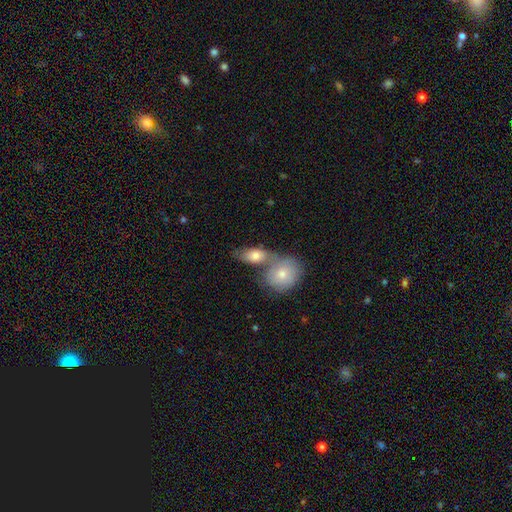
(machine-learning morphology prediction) Smooth or featured? smooth (75%)
How rounded? in between (80%)
Merging? merger (58%)